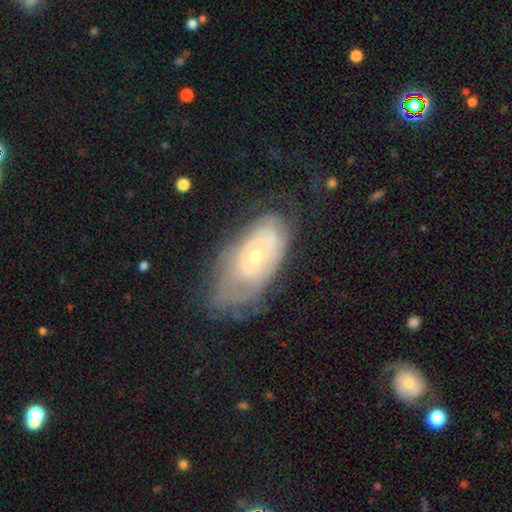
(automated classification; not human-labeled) Smooth or featured? Predicted: featured or disk (p=0.70). Edge-on disk? Predicted: no (p=0.92). Bar? Predicted: no (p=0.82). Spiral arms? Predicted: yes (p=0.69). Bulge size? Predicted: small (p=0.60). Merging? Predicted: none (p=0.54).